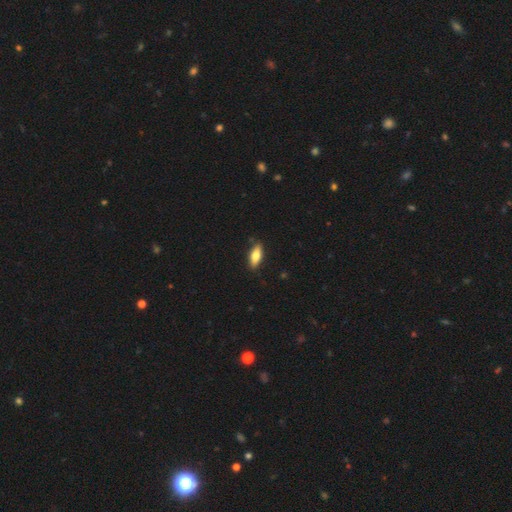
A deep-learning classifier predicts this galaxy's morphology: Smooth or featured? smooth (73%)
How rounded? in between (69%)
Merging? none (87%)